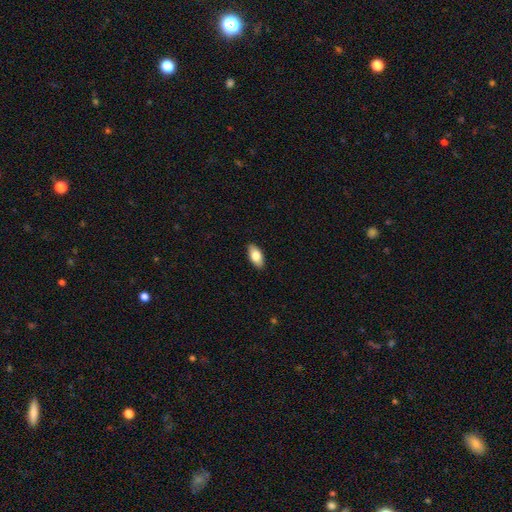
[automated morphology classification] This appears to be a smooth galaxy with no disk features (79%) that is in between round and cigar-shaped (91%). Merging: none (89%).